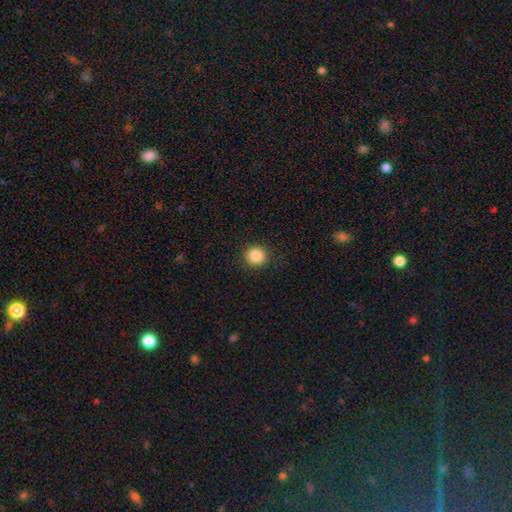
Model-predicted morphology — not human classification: A smooth galaxy with no disk features (87%) that is round (92%).

Vote fractions:
- Smooth or featured? smooth: 87% / star or artifact: 10% / featured or disk: 4%
- How rounded? round: 92% / in between: 7% / cigar-shaped: 1%
- Merging? none: 91% / minor disturbance: 6% / major disturbance: 2% / merger: 1%